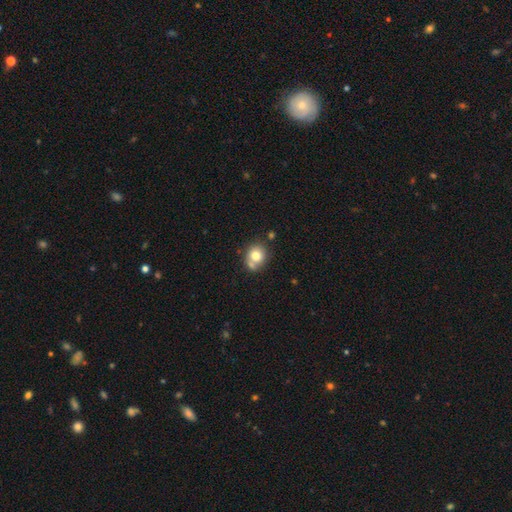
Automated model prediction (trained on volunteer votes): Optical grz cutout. It shows a smooth galaxy with no disk features (76%) that is round (74%). Merging: none (56%).